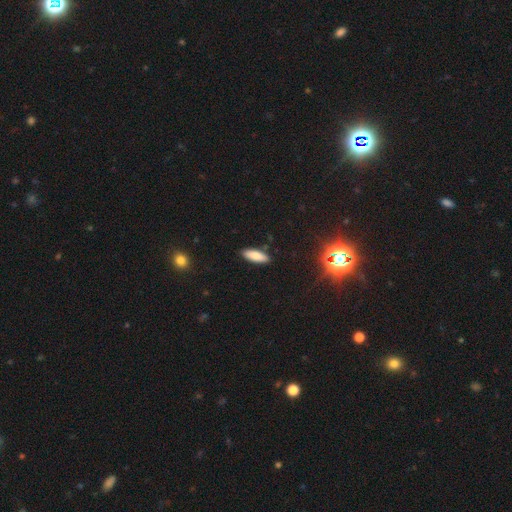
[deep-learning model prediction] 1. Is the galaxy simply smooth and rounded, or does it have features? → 81% smooth, 11% featured or disk, 8% star or artifact.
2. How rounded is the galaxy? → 60% in between, 38% cigar-shaped, 2% round.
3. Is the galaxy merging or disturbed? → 88% none, 9% minor disturbance, 2% major disturbance, 1% merger.